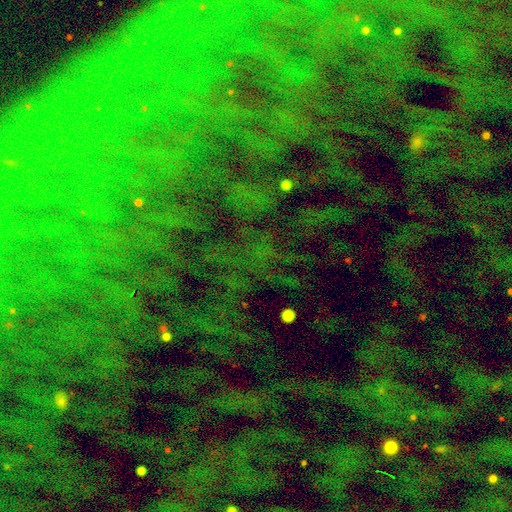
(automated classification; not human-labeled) Smooth or featured? star or artifact (77%)